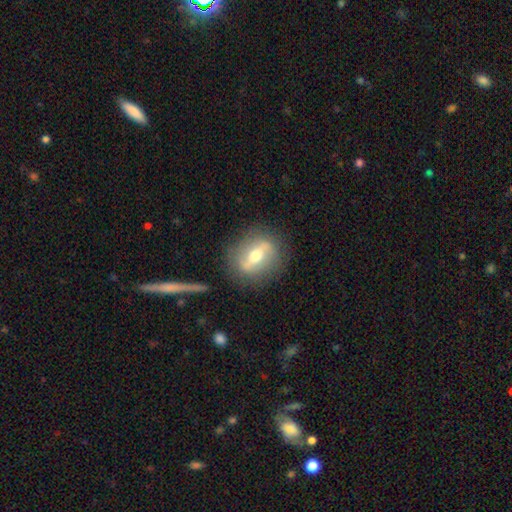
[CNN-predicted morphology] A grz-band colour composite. It shows a featured or disk galaxy (62%). Merging: none (79%).